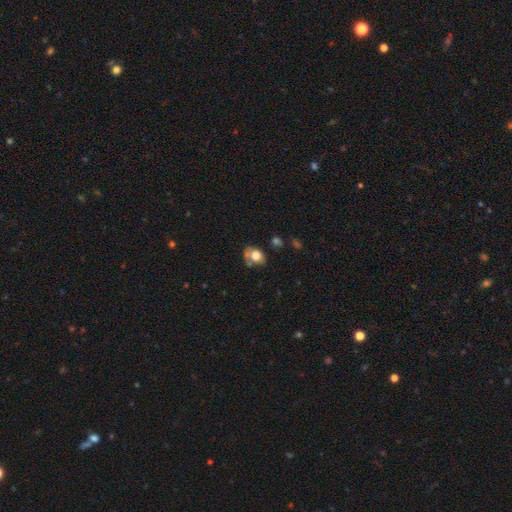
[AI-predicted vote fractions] Q: Smooth or featured?
A: smooth (71%); runner-up: featured or disk (19%)
Q: How rounded?
A: in between (62%); runner-up: round (37%)
Q: Merging?
A: none (47%); runner-up: minor disturbance (26%)